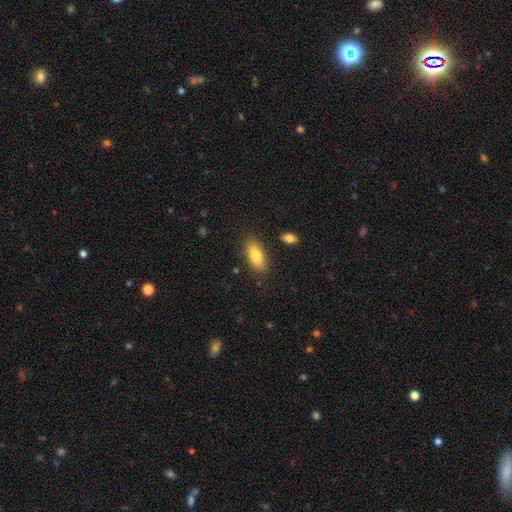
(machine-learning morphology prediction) This appears to be a smooth galaxy with no disk features (81%) that is in between round and cigar-shaped (84%). Merging: none (84%).